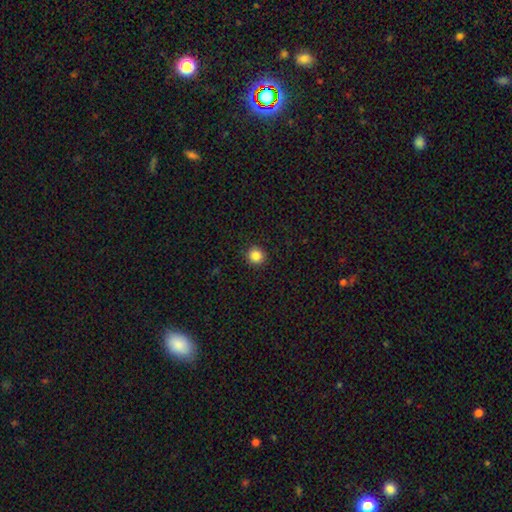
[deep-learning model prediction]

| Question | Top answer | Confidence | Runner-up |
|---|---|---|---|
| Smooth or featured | smooth | 86% | star or artifact (11%) |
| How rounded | round | 93% | in between (6%) |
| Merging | none | 92% | minor disturbance (5%) |